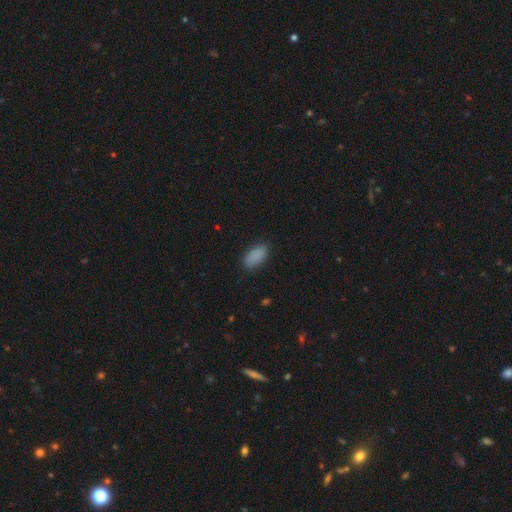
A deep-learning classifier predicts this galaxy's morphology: Q: Smooth or featured?
A: smooth (89%); runner-up: star or artifact (7%)
Q: How rounded?
A: in between (90%); runner-up: cigar-shaped (8%)
Q: Merging?
A: none (86%); runner-up: minor disturbance (11%)